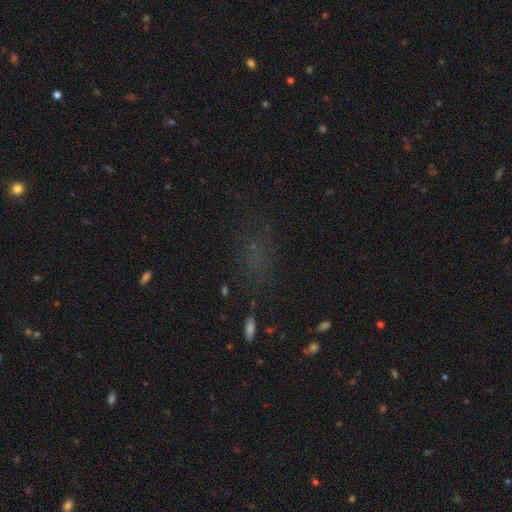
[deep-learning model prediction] Smooth or featured?
  - smooth: 45% *
  - star or artifact: 41%
  - featured or disk: 14%
Merging?
  - none: 65% *
  - minor disturbance: 17%
  - major disturbance: 14%
  - merger: 4%